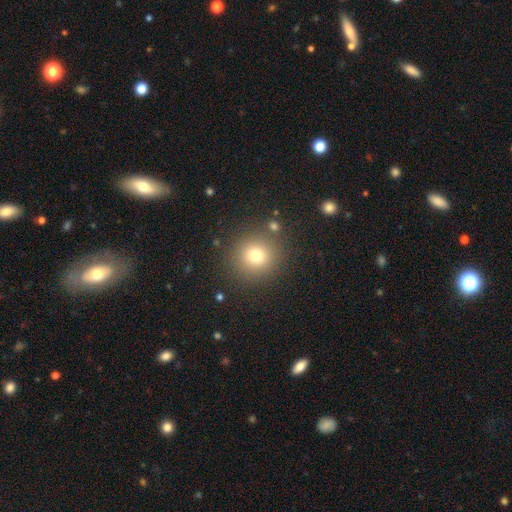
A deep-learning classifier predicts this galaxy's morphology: Overall: smooth (75%). How rounded: round (93%). Merging: none (86%).